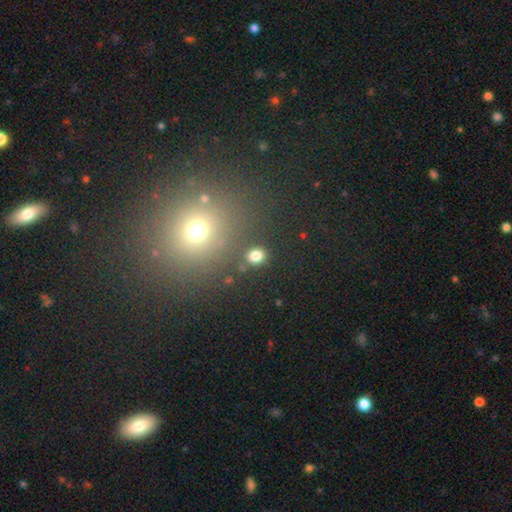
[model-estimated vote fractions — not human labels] Smooth or featured: smooth — 80% (star or artifact — 14%)
How rounded: round — 61% (in between — 38%)
Merging: none — 84% (minor disturbance — 8%)